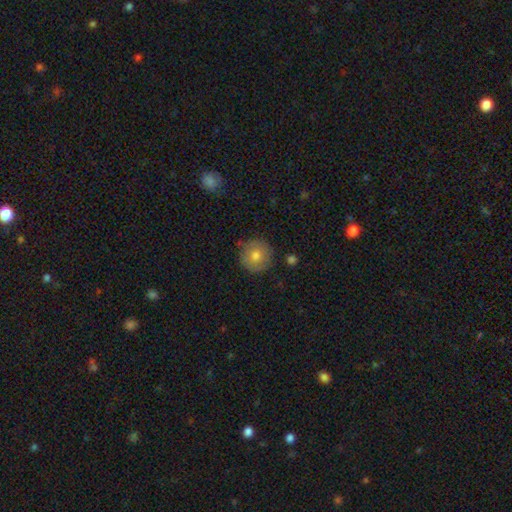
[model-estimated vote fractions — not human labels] Q: Smooth or featured?
A: smooth (74%); runner-up: featured or disk (18%)
Q: How rounded?
A: round (95%); runner-up: in between (4%)
Q: Merging?
A: none (83%); runner-up: minor disturbance (12%)